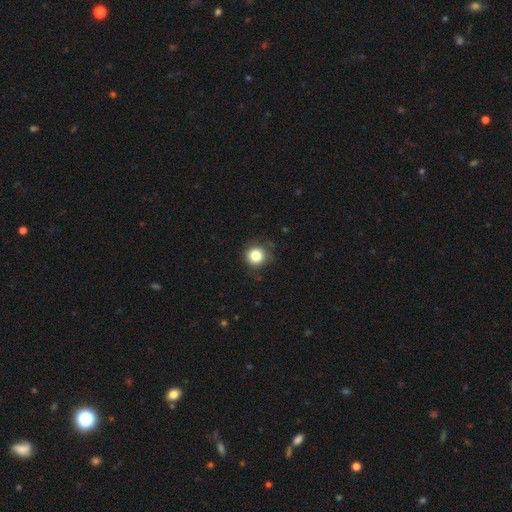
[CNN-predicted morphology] Q: Smooth or featured?
A: smooth (84%); runner-up: star or artifact (11%)
Q: How rounded?
A: round (93%); runner-up: in between (6%)
Q: Merging?
A: none (84%); runner-up: minor disturbance (12%)